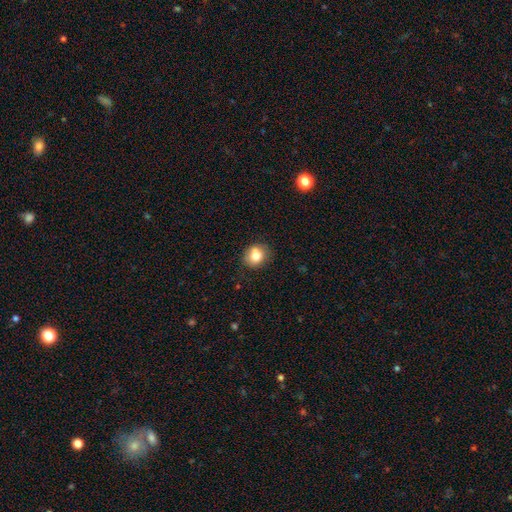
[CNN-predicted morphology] smooth 78%, featured or disk 11%, star or artifact 10%. Down the decision tree: how rounded — round (70%); merging — none (79%).